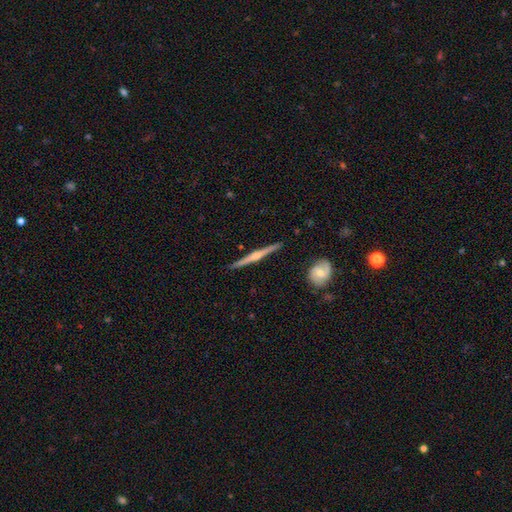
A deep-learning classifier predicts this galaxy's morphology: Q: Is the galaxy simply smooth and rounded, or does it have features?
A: featured or disk — 74%.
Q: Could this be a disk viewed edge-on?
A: yes — 97%.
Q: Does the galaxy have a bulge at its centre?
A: rounded — 74%.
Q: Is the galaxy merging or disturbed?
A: none — 89%.